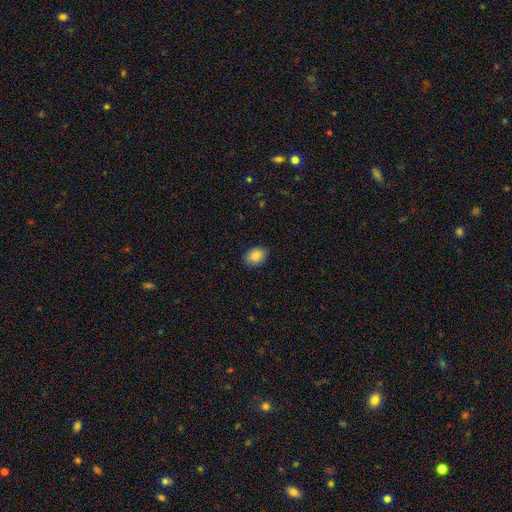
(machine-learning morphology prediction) This is clearly a smooth galaxy (88%). How rounded: likely in between (67%). Merging: clearly none (87%).